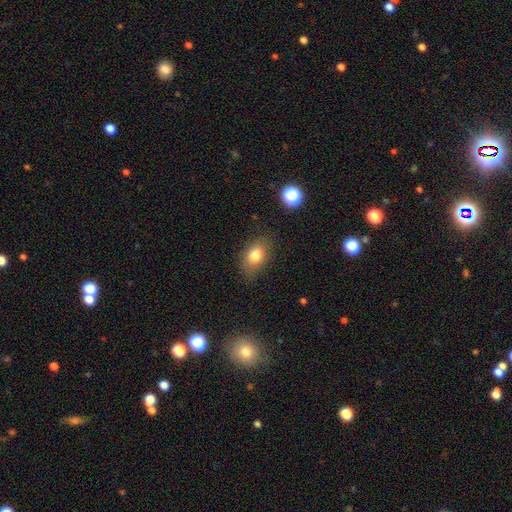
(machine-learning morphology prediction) smooth_or_featured: smooth (p=0.79) [alt: star or artifact p=0.10]
how_rounded: in between (p=0.76) [alt: round p=0.22]
merging: none (p=0.77) [alt: minor disturbance p=0.17]